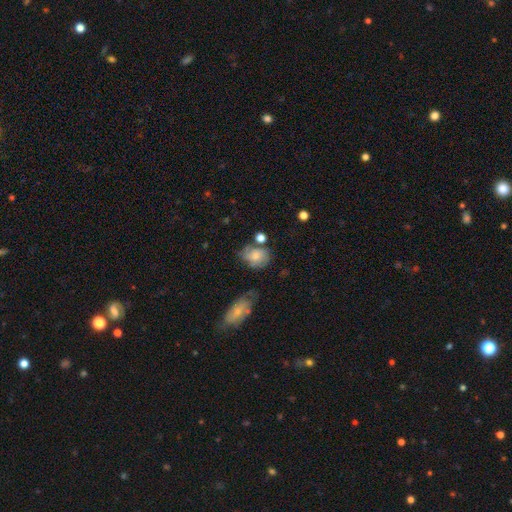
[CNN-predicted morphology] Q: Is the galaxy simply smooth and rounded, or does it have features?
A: smooth — 65%.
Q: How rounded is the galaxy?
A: in between — 55%.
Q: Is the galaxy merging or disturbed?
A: none — 45%.